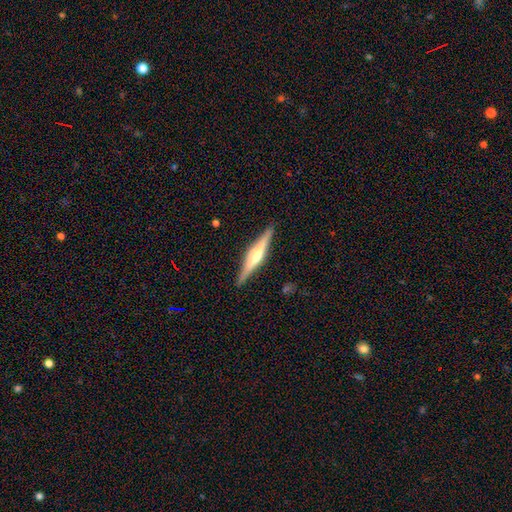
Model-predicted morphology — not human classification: Smooth or featured? Predicted: featured or disk (p=0.72). Edge-on disk? Predicted: yes (p=0.98). Edge-on bulge? Predicted: rounded (p=0.88). Merging? Predicted: none (p=0.90).